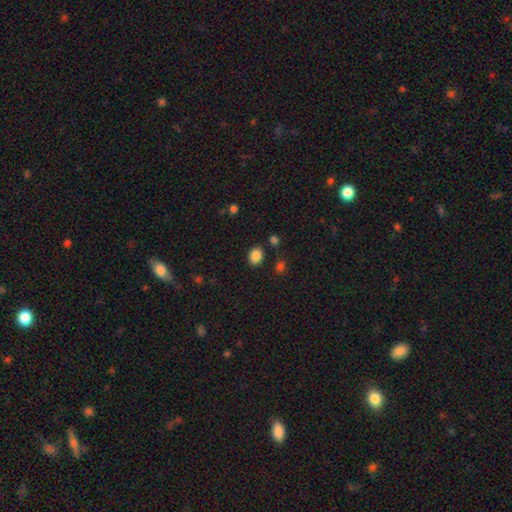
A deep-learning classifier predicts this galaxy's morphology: smooth-or-featured: smooth: 86% | star or artifact: 10% | featured or disk: 4%
  how-rounded: in between: 57% | round: 42% | cigar-shaped: 1%
  merging: none: 84% | minor disturbance: 9% | merger: 4% | major disturbance: 3%